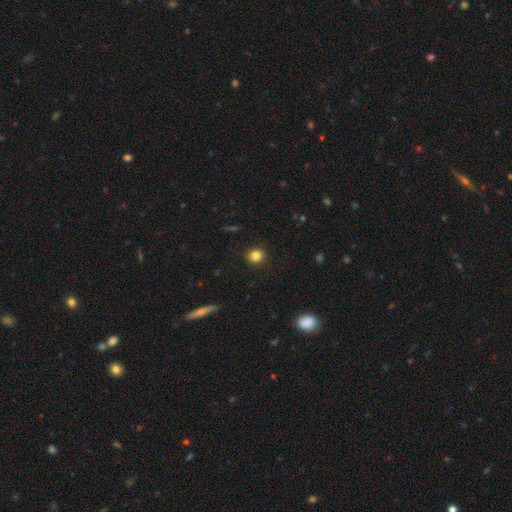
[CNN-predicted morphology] A smooth galaxy with no disk features (83%) that is round (88%).

Vote fractions:
- Smooth or featured? smooth: 83% / star or artifact: 11% / featured or disk: 6%
- How rounded? round: 88% / in between: 10% / cigar-shaped: 1%
- Merging? none: 91% / minor disturbance: 6% / major disturbance: 2% / merger: 1%